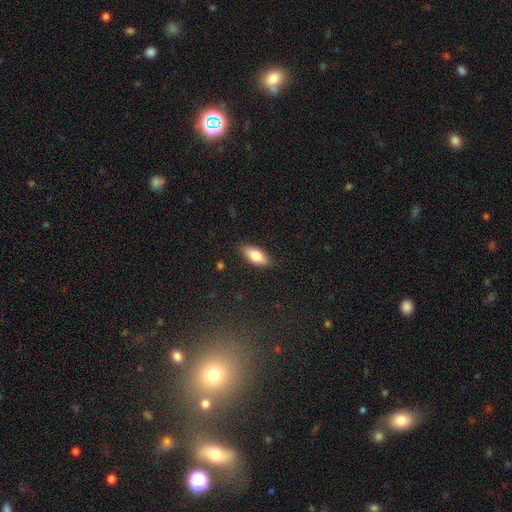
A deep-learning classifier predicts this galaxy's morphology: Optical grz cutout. It shows a smooth galaxy with no disk features (77%) that is in between round and cigar-shaped (85%). Merging: none (84%).